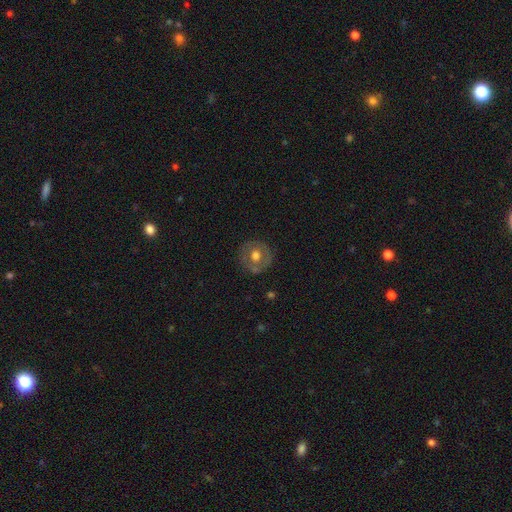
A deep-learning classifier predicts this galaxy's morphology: Q: Smooth or featured?
A: smooth (51%); runner-up: featured or disk (42%)
Q: How rounded?
A: round (91%); runner-up: in between (8%)
Q: Merging?
A: none (82%); runner-up: minor disturbance (12%)